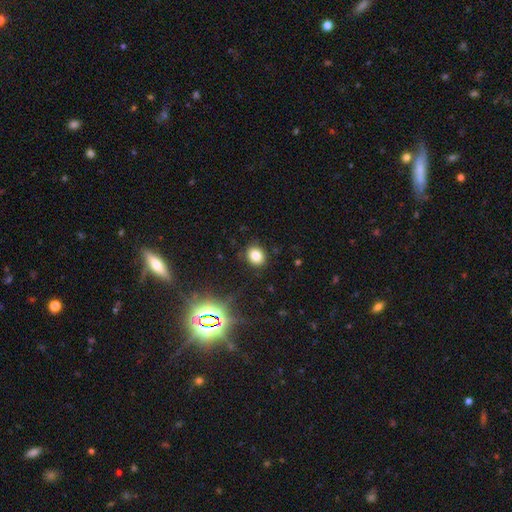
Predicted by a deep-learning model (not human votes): Morphology: type=smooth (80%); roundness=round (53%); merging=none (88%).